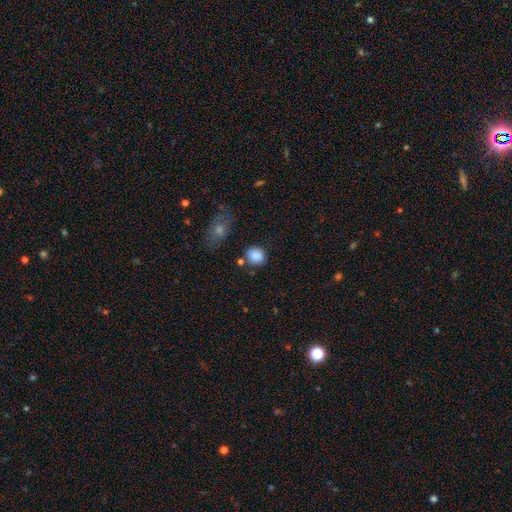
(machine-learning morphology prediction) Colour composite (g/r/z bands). It shows a smooth galaxy with no disk features (86%) that is round (75%). Merging: none (72%).